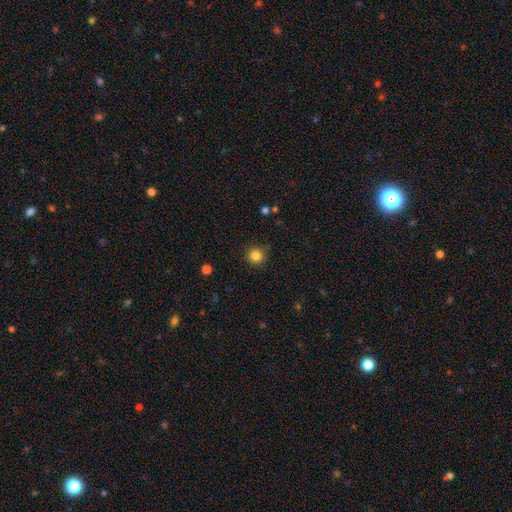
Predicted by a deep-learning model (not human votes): Overall: smooth (84%). How rounded: round (94%). Merging: none (86%).